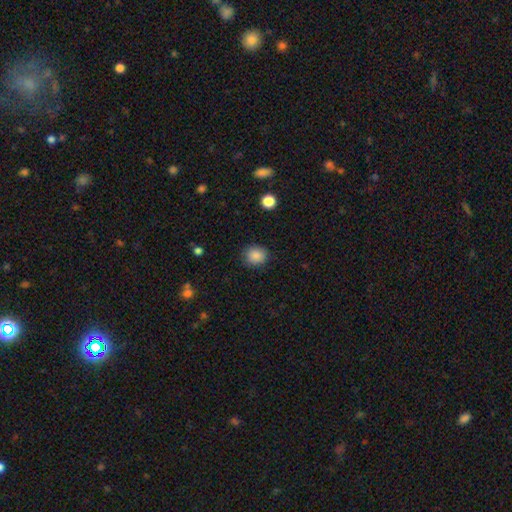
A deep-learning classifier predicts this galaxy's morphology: type=smooth (87%); roundness=round (75%); merging=none (87%).